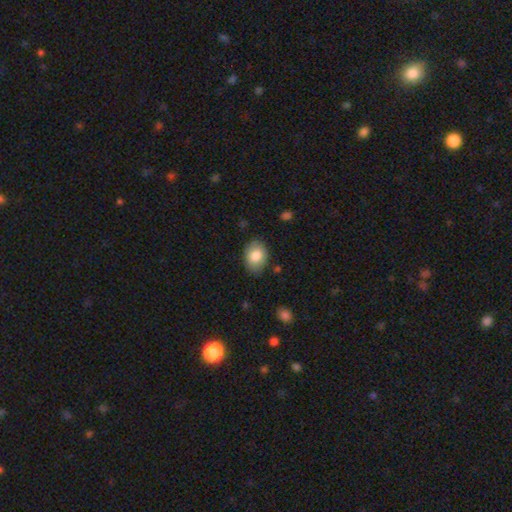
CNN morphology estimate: Smooth or featured?
  - smooth: 83% *
  - featured or disk: 10%
  - star or artifact: 7%
How rounded?
  - in between: 79% *
  - round: 21%
  - cigar-shaped: 1%
Merging?
  - none: 81% *
  - minor disturbance: 14%
  - major disturbance: 3%
  - merger: 1%